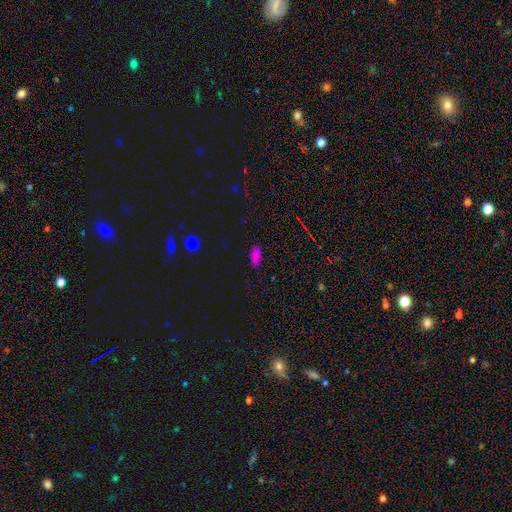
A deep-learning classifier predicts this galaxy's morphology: smooth_or_featured: smooth (p=0.79) [alt: star or artifact p=0.17]
how_rounded: in between (p=0.87) [alt: cigar-shaped p=0.10]
merging: none (p=0.84) [alt: minor disturbance p=0.12]